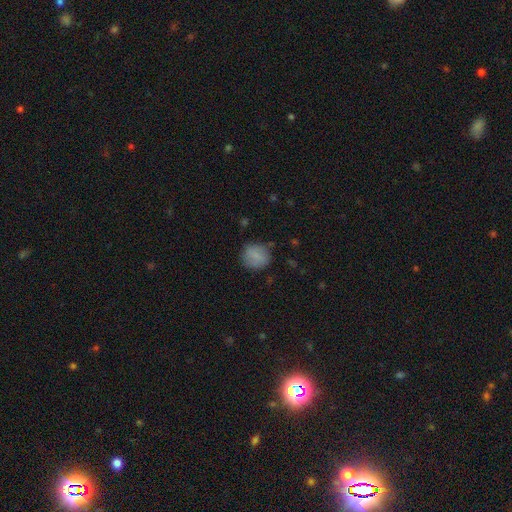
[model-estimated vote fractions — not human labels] smooth_or_featured: smooth (p=0.81) [alt: featured or disk p=0.10]
how_rounded: round (p=0.79) [alt: in between p=0.20]
merging: none (p=0.74) [alt: minor disturbance p=0.18]